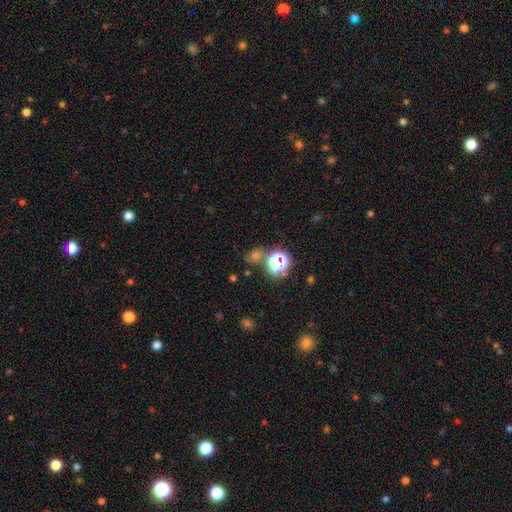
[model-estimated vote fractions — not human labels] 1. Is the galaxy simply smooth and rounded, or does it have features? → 53% star or artifact, 38% smooth, 9% featured or disk.